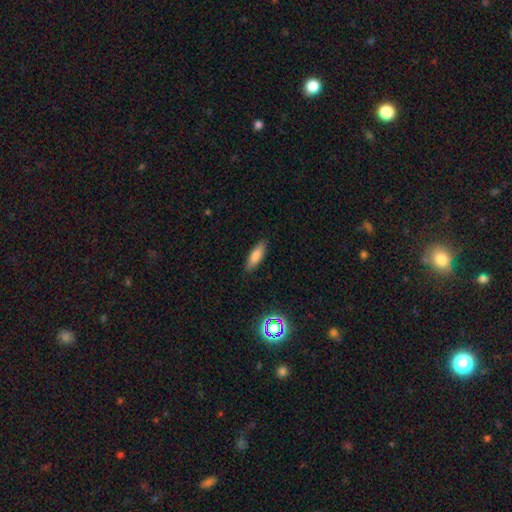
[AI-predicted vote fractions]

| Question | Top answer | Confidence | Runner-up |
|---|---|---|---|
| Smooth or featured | smooth | 78% | featured or disk (13%) |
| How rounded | in between | 51% | cigar-shaped (47%) |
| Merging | none | 87% | minor disturbance (10%) |